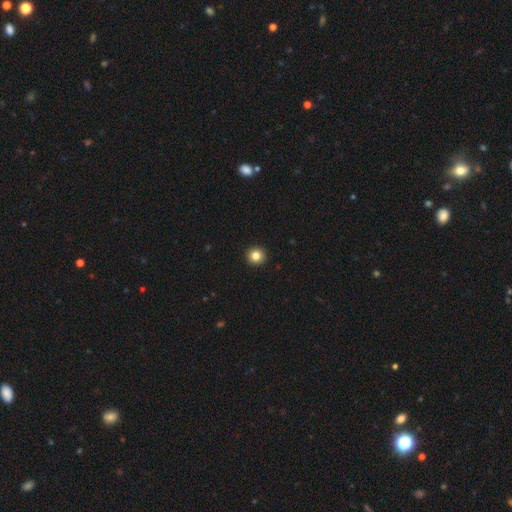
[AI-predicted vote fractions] A smooth galaxy with no disk features (84%) that is round (94%). Merging: none (94%).